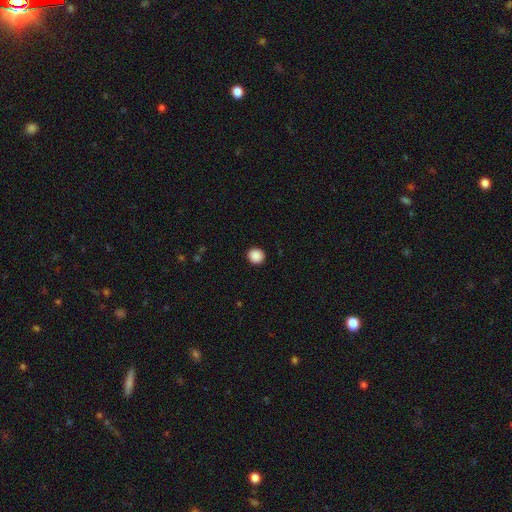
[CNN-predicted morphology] smooth_or_featured: smooth (p=0.89) [alt: star or artifact p=0.09]
how_rounded: round (p=0.91) [alt: in between p=0.08]
merging: none (p=0.93) [alt: minor disturbance p=0.05]